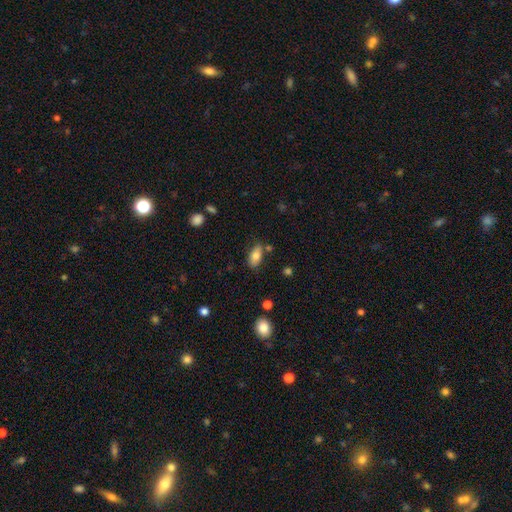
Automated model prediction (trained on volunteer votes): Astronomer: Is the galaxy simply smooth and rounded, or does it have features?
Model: smooth — 78%.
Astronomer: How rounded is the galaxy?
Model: in between — 90%.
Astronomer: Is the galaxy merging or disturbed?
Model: none — 74%.